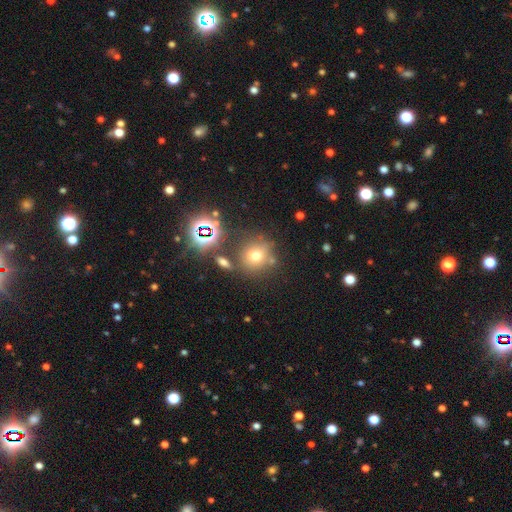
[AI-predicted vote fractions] smooth 62%, star or artifact 24%, featured or disk 14%. Down the decision tree: how rounded — round (80%); merging — none (68%).